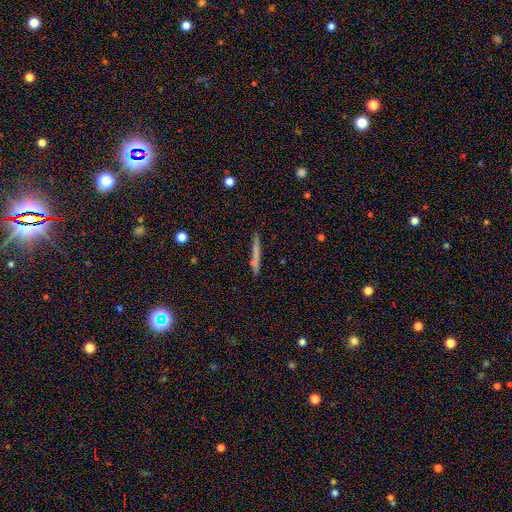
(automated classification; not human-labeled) Smooth or featured? smooth (61%)
How rounded? cigar-shaped (95%)
Merging? none (84%)